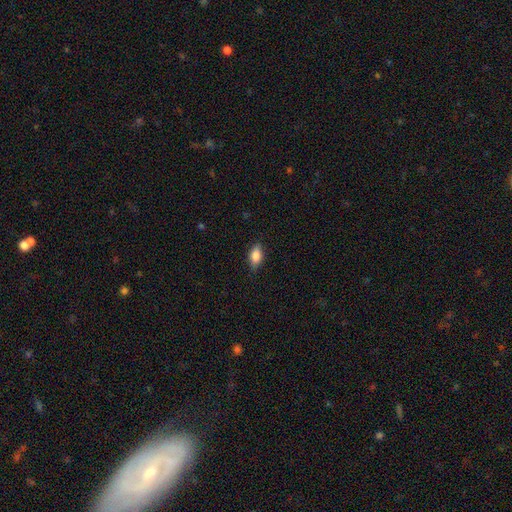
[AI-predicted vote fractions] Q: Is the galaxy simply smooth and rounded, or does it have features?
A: smooth — 79%.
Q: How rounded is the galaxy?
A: in between — 86%.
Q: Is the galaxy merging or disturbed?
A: none — 83%.